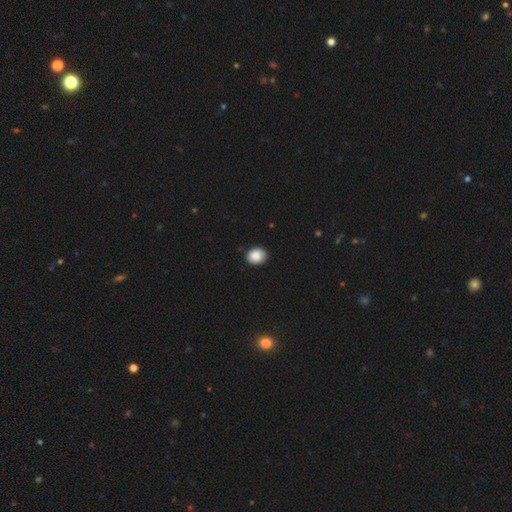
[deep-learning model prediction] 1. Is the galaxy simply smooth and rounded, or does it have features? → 86% smooth, 8% star or artifact, 6% featured or disk.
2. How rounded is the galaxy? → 55% round, 44% in between, 1% cigar-shaped.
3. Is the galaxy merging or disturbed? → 81% none, 16% minor disturbance, 2% major disturbance, 1% merger.